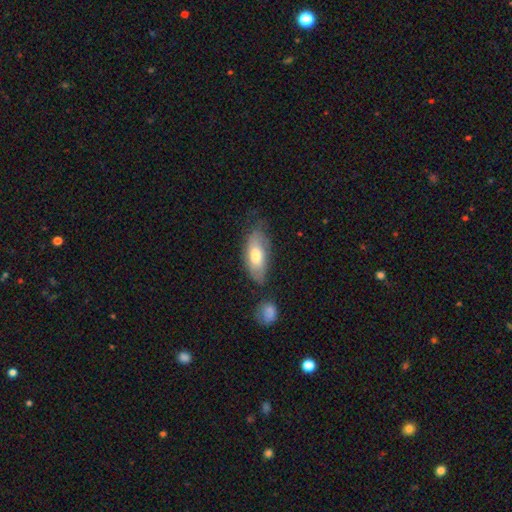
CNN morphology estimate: The model was most divided on "merging": none: 58%, minor disturbance: 27%, major disturbance: 8%, merger: 7%. More confident: how rounded — in between (81%); smooth or featured — smooth (66%).